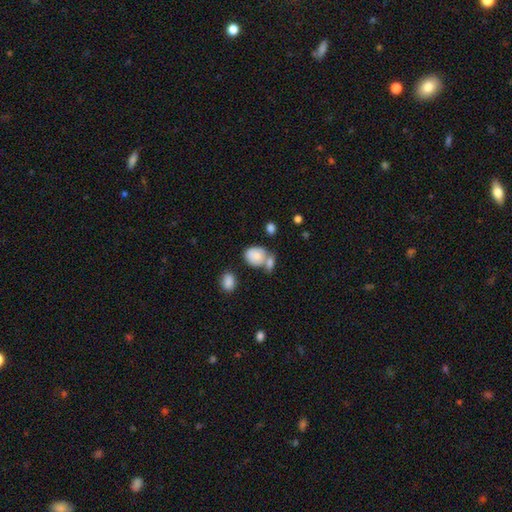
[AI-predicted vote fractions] Smooth or featured?
  - smooth: 80% *
  - featured or disk: 13%
  - star or artifact: 8%
How rounded?
  - in between: 54% *
  - round: 44%
  - cigar-shaped: 1%
Merging?
  - none: 40% *
  - merger: 38%
  - minor disturbance: 16%
  - major disturbance: 6%